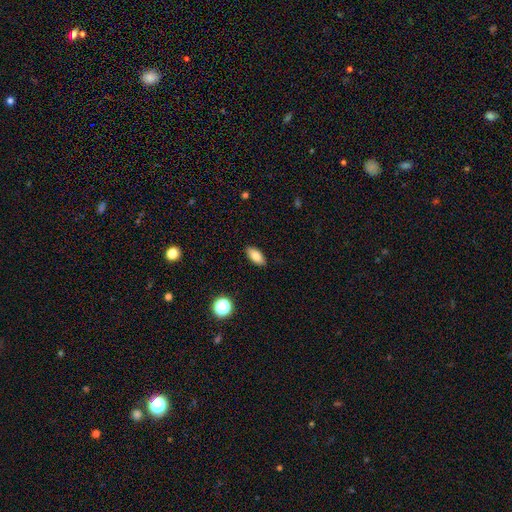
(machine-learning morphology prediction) smooth 83%, featured or disk 9%, star or artifact 8%. Down the decision tree: how rounded — in between (86%); merging — none (89%).